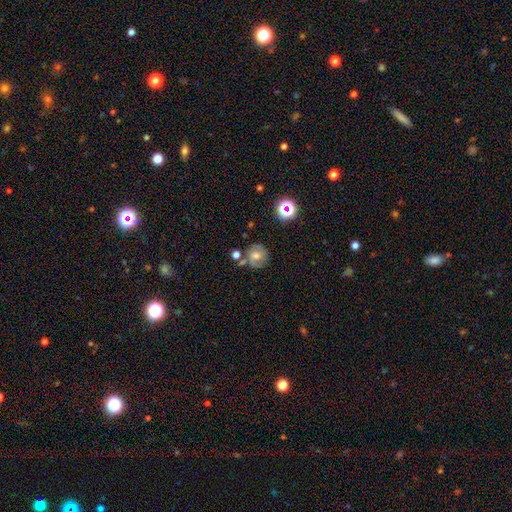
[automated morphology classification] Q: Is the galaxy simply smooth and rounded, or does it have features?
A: smooth — 48%.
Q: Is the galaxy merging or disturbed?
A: none — 68%.